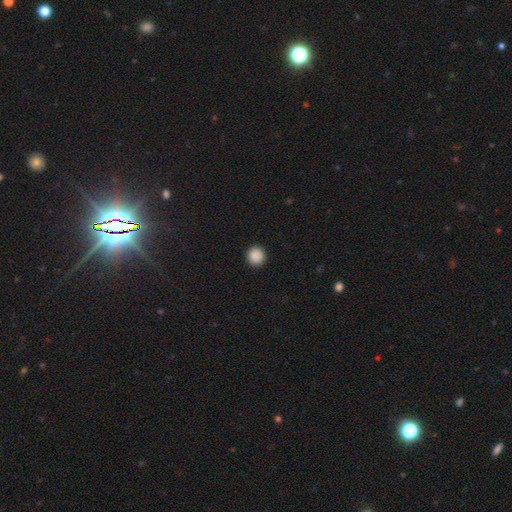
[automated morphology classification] Smooth or featured? Predicted: smooth (p=0.89). How rounded? Predicted: round (p=0.93). Merging? Predicted: none (p=0.93).